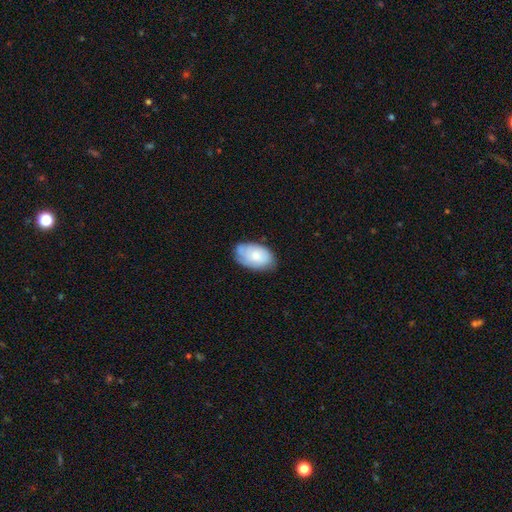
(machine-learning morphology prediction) The model was most divided on "merging": none: 66%, minor disturbance: 27%, major disturbance: 5%, merger: 2%. More confident: how rounded — in between (93%); smooth or featured — smooth (68%).